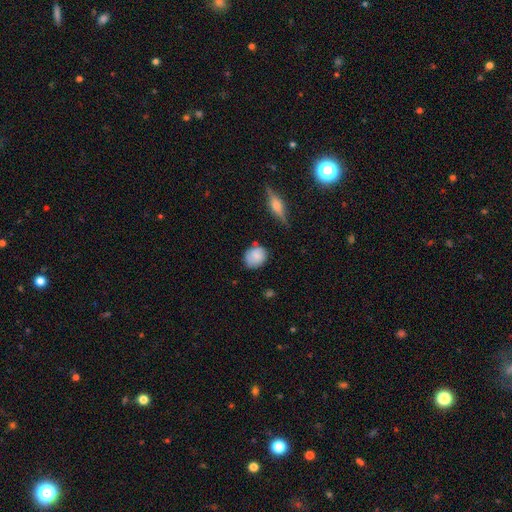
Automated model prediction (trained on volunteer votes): A smooth galaxy with no disk features (79%) that is round (57%).

Vote fractions:
- Smooth or featured? smooth: 79% / featured or disk: 13% / star or artifact: 8%
- How rounded? round: 57% / in between: 42% / cigar-shaped: 2%
- Merging? none: 67% / minor disturbance: 25% / major disturbance: 5% / merger: 4%